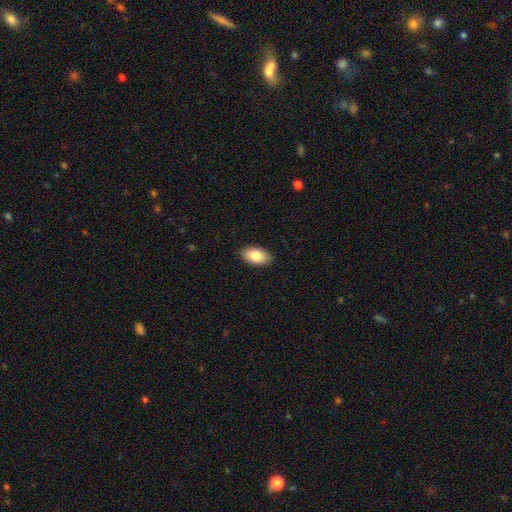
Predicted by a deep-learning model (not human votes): Q: Smooth or featured?
A: smooth (84%); runner-up: featured or disk (9%)
Q: How rounded?
A: in between (94%); runner-up: round (4%)
Q: Merging?
A: none (89%); runner-up: minor disturbance (8%)